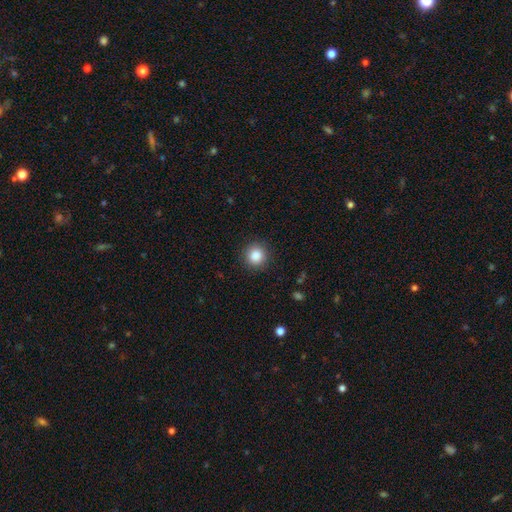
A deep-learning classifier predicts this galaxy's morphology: Smooth or featured: smooth — 87% (star or artifact — 10%)
How rounded: round — 92% (in between — 7%)
Merging: none — 90% (minor disturbance — 7%)